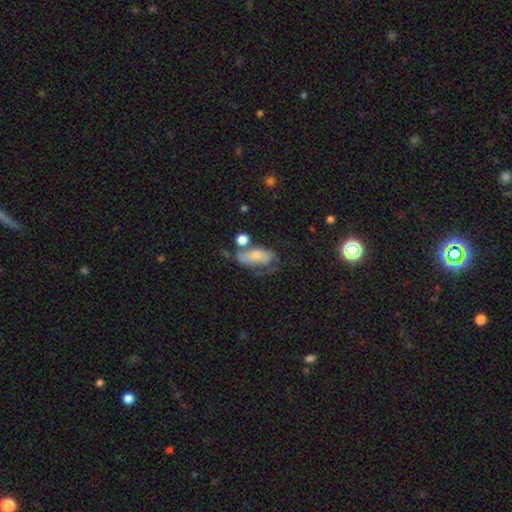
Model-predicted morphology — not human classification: A smooth galaxy with no disk features (56%) that is in between round and cigar-shaped (85%).

Vote fractions:
- Smooth or featured? smooth: 56% / featured or disk: 35% / star or artifact: 9%
- How rounded? in between: 85% / cigar-shaped: 9% / round: 6%
- Merging? none: 31% / minor disturbance: 25% / major disturbance: 25% / merger: 18%